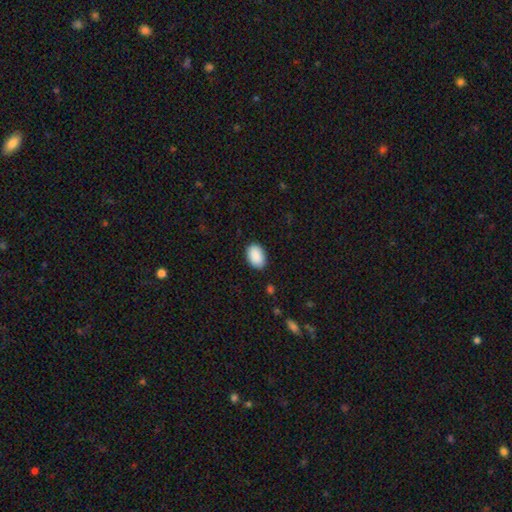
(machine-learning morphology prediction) Smooth or featured?
  - smooth: 91% *
  - star or artifact: 6%
  - featured or disk: 3%
How rounded?
  - in between: 90% *
  - round: 9%
  - cigar-shaped: 1%
Merging?
  - none: 86% *
  - minor disturbance: 10%
  - major disturbance: 2%
  - merger: 1%